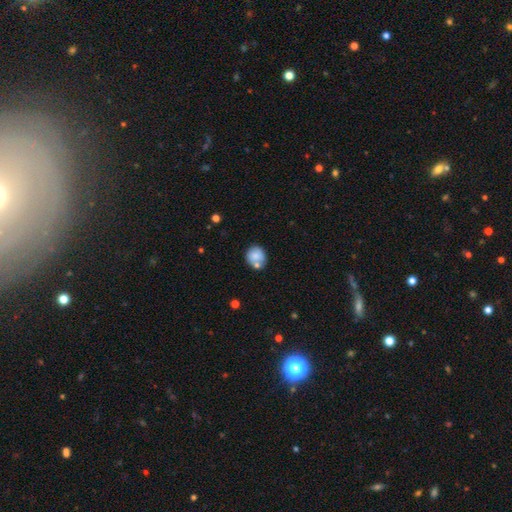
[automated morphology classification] smooth 77%, featured or disk 15%, star or artifact 8%. Down the decision tree: how rounded — round (79%); merging — none (57%).